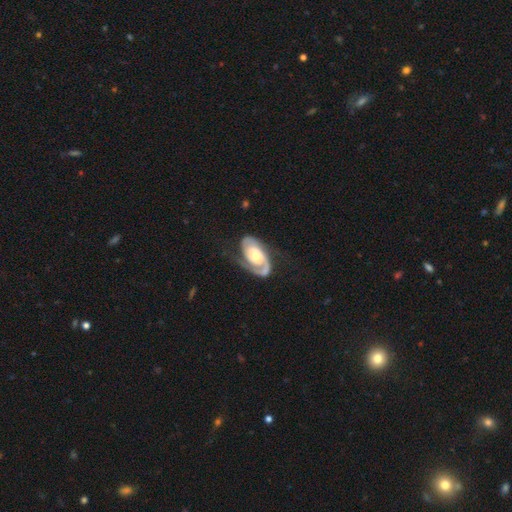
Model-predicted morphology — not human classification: This appears to be a featured or disk galaxy (86%) with no bar (65%), 2 (68%) tight (48%) spiral arms (96%) and a moderate central bulge (59%). Merging: none (64%).